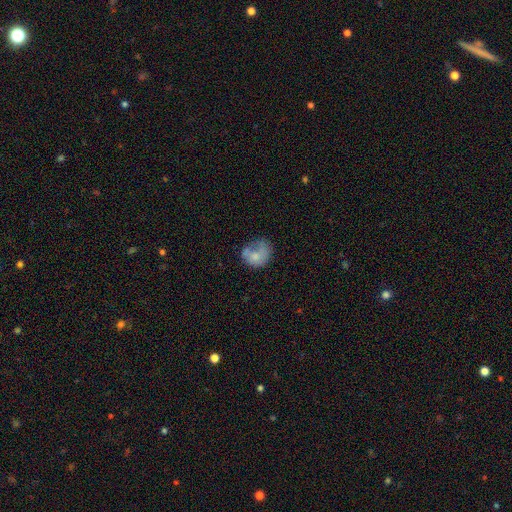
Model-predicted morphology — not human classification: Q: Smooth or featured?
A: smooth (62%); runner-up: featured or disk (29%)
Q: How rounded?
A: round (60%); runner-up: in between (39%)
Q: Merging?
A: none (37%); runner-up: minor disturbance (28%)